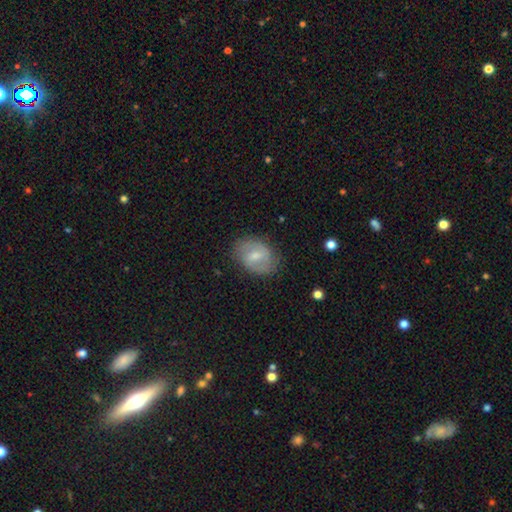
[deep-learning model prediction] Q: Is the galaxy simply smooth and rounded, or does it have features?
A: featured or disk — 58%.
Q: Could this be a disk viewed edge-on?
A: no — 96%.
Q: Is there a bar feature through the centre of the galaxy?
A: weak — 57%.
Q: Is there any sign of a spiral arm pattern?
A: yes — 74%.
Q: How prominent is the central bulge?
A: moderate — 49%.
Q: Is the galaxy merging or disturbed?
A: none — 78%.